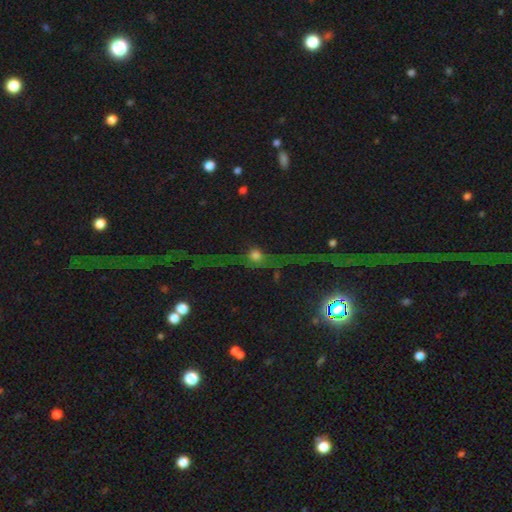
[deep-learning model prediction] Smooth or featured? smooth (37%)
Merging? none (55%)